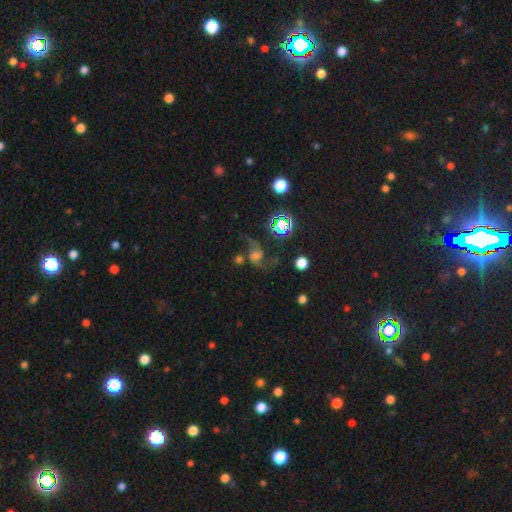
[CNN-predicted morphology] type=featured or disk (61%); edge-on=no (97%); bar=no (59%); spiral arms=yes (91%); winding=loose (79%); arm count=2 (85%); bulge=moderate (26%); merging=none (46%).